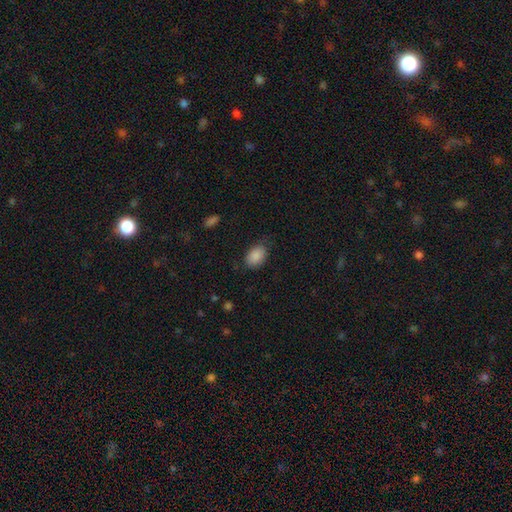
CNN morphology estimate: A smooth galaxy with no disk features (88%) that is in between round and cigar-shaped (83%). Merging: none (74%).